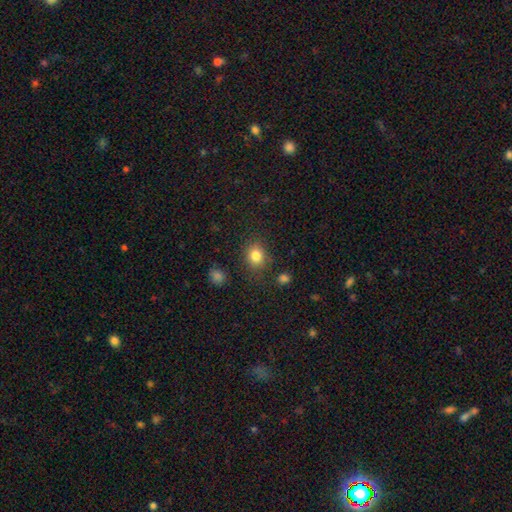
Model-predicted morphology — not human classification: Overall: smooth (83%). How rounded: round (68%; in between 32%). Merging: none (82%).